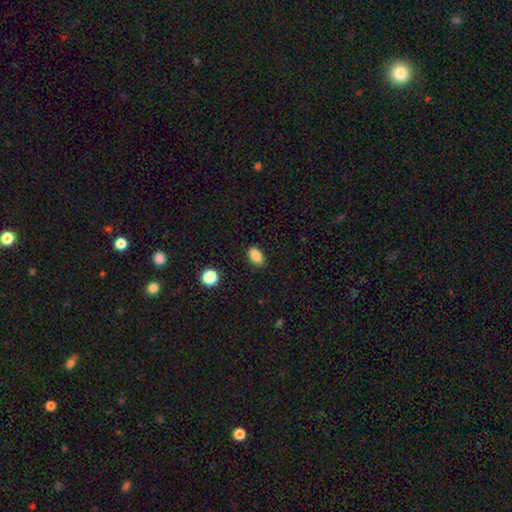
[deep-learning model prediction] A smooth galaxy with no disk features (86%) that is in between round and cigar-shaped (89%). Merging: none (87%).